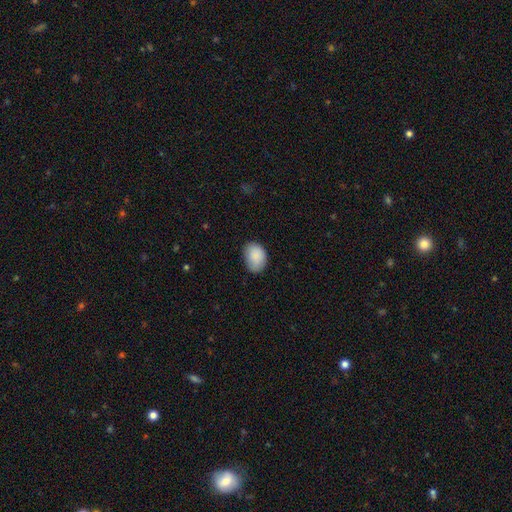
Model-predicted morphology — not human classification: A smooth galaxy with no disk features (89%) that is in between round and cigar-shaped (78%).

Vote fractions:
- Smooth or featured? smooth: 89% / star or artifact: 6% / featured or disk: 5%
- How rounded? in between: 78% / round: 21% / cigar-shaped: 1%
- Merging? none: 72% / minor disturbance: 23% / major disturbance: 4% / merger: 1%